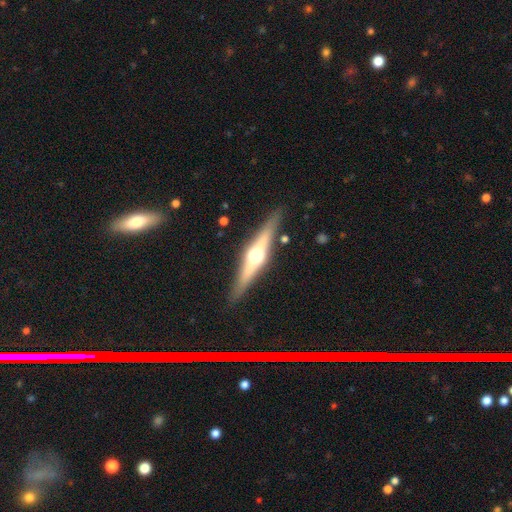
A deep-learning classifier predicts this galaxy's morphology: smooth-or-featured: featured or disk: 74% | smooth: 20% | star or artifact: 5%
  disk-edge-on: yes: 97% | no: 3%
    edge-on-bulge: rounded: 95% | boxy: 3% | none: 2%
  merging: none: 88% | minor disturbance: 8% | major disturbance: 2% | merger: 2%